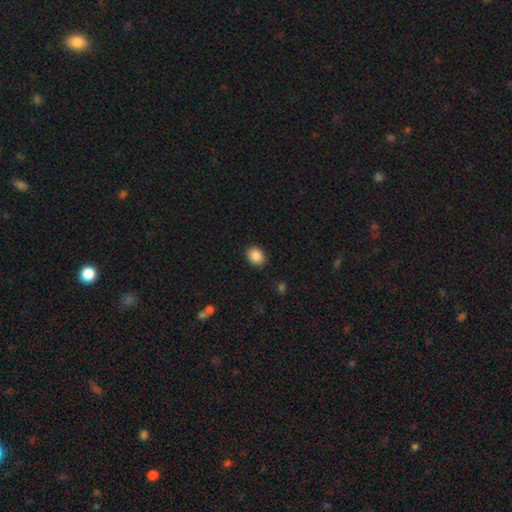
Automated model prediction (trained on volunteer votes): Q: Smooth or featured?
A: smooth (88%); runner-up: star or artifact (9%)
Q: How rounded?
A: round (53%); runner-up: in between (46%)
Q: Merging?
A: none (88%); runner-up: minor disturbance (9%)